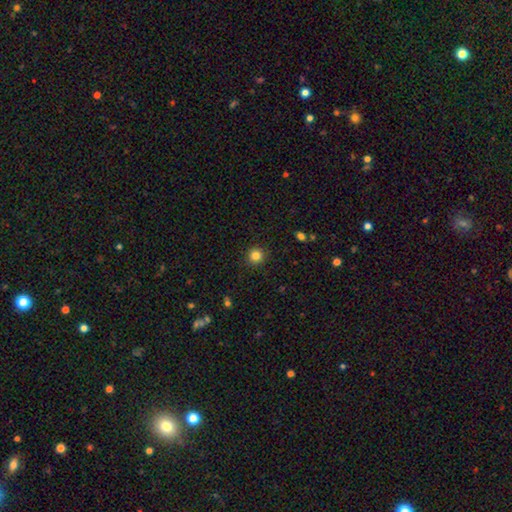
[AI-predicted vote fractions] Q: Smooth or featured?
A: smooth (84%); runner-up: star or artifact (12%)
Q: How rounded?
A: round (94%); runner-up: in between (5%)
Q: Merging?
A: none (92%); runner-up: minor disturbance (5%)